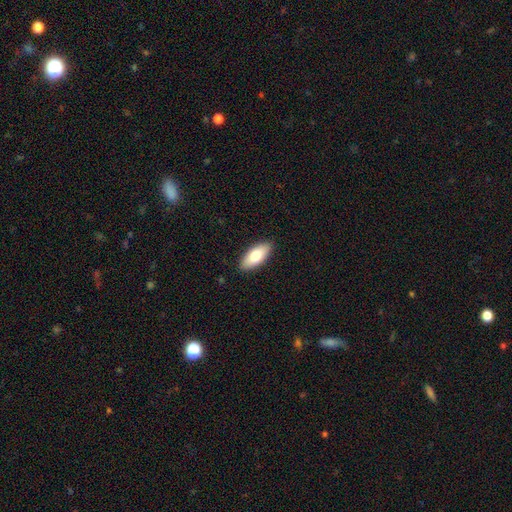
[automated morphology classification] The model was most divided on "smooth or featured": smooth: 76%, featured or disk: 18%, star or artifact: 6%. More confident: merging — none (89%); how rounded — in between (85%).